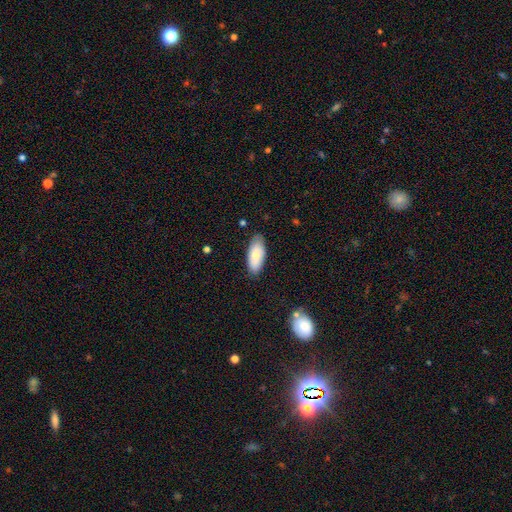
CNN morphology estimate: smooth_or_featured: smooth (p=0.75) [alt: featured or disk p=0.18]
how_rounded: in between (p=0.87) [alt: cigar-shaped p=0.11]
merging: none (p=0.80) [alt: minor disturbance p=0.16]